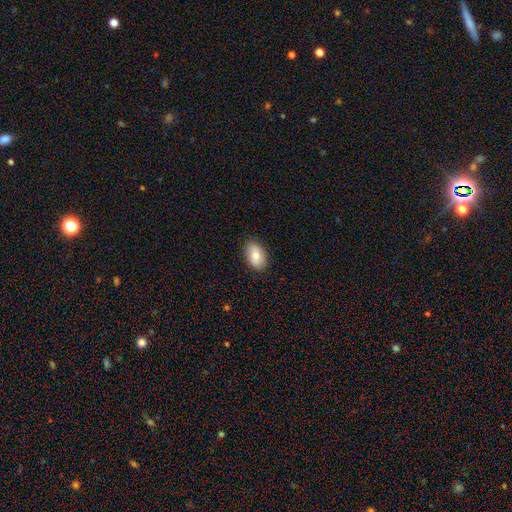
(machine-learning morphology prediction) Overall: smooth (76%). How rounded: in between (90%). Merging: none (85%).